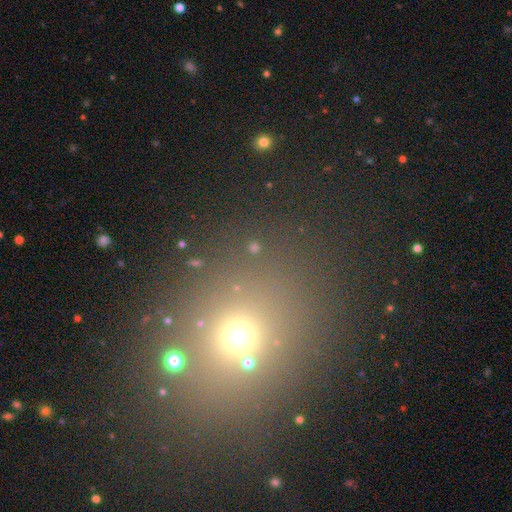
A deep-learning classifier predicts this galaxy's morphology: This is possibly a smooth galaxy (52%). How rounded: likely round (68%). Merging: clearly none (81%).